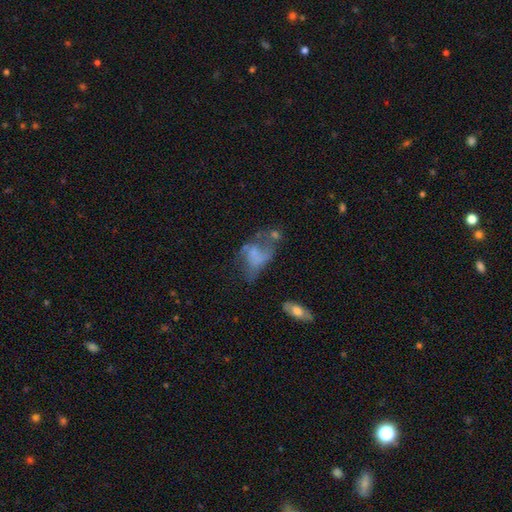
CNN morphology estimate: Smooth or featured? Predicted: smooth (p=0.44). Merging? Predicted: major disturbance (p=0.41).